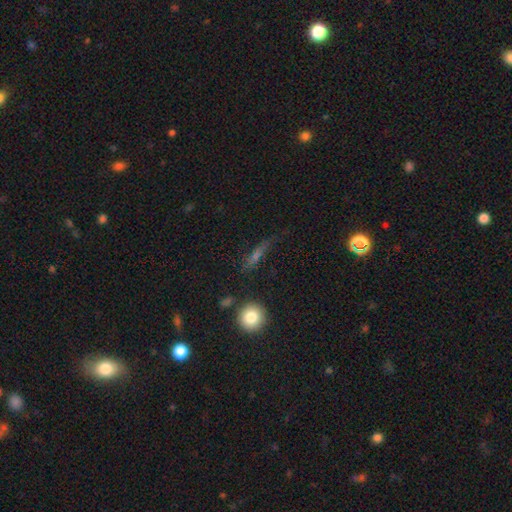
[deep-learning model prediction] The model was most divided on "smooth or featured": smooth: 50%, featured or disk: 30%, star or artifact: 20%. More confident: merging — none (70%).